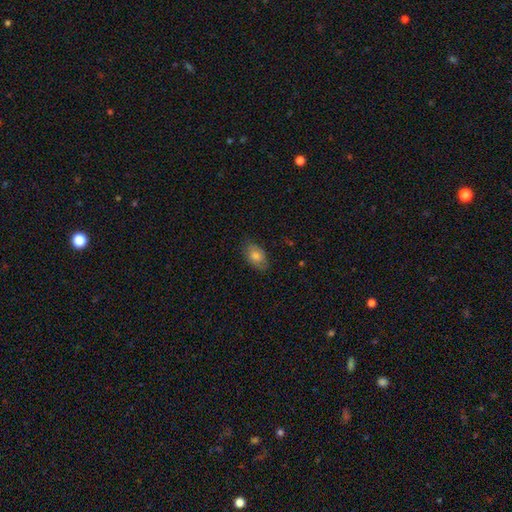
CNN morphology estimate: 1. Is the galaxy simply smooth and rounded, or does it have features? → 78% smooth, 14% featured or disk, 9% star or artifact.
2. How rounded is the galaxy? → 89% in between, 9% round, 2% cigar-shaped.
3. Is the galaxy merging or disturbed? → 81% none, 15% minor disturbance, 3% major disturbance, 1% merger.